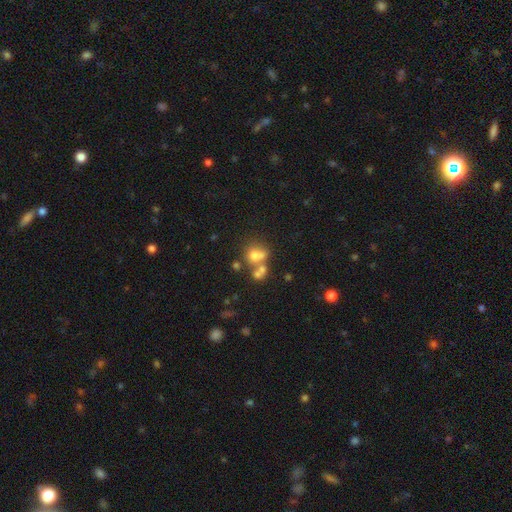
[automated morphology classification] A smooth galaxy with no disk features (62%) that is round (66%).

Vote fractions:
- Smooth or featured? smooth: 62% / featured or disk: 22% / star or artifact: 16%
- How rounded? round: 66% / in between: 33% / cigar-shaped: 1%
- Merging? merger: 48% / none: 33% / minor disturbance: 10% / major disturbance: 9%